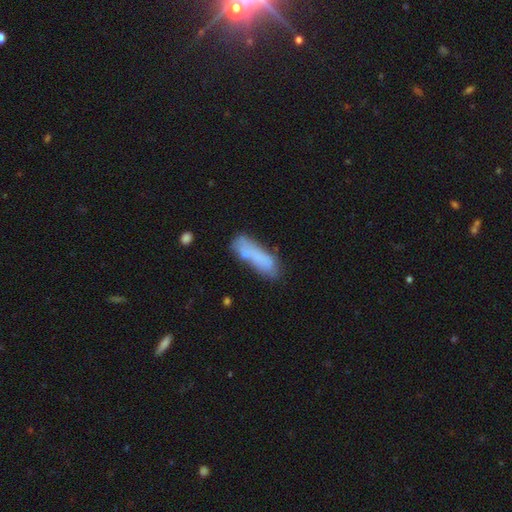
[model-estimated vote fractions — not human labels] The model was most divided on "how rounded": cigar-shaped: 60%, in between: 38%, round: 2%. Remaining: smooth or featured — smooth (68%); merging — none (49%).